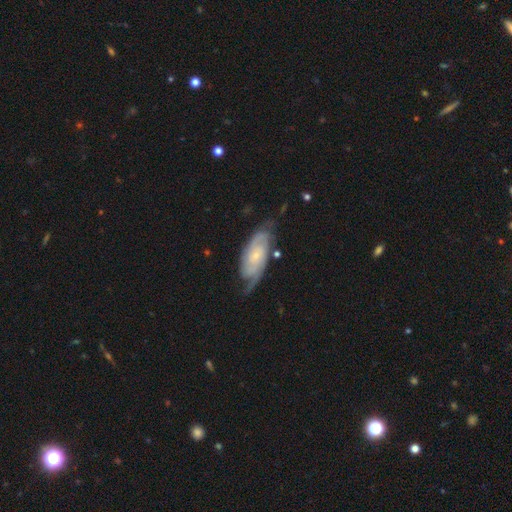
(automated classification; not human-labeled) A featured or disk galaxy (82%) with no bar (67%), 2 (63%) tight (53%) spiral arms (96%) and a small central bulge (74%). Merging: none (66%).